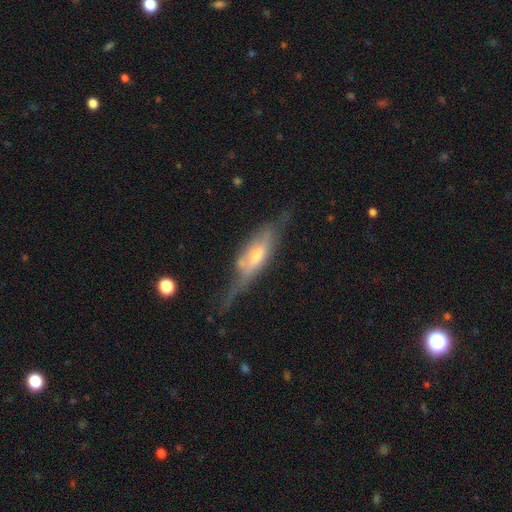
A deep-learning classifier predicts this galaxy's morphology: smooth_or_featured: featured or disk (p=0.70) [alt: smooth p=0.24]
disk_edge_on: yes (p=0.79) [alt: no p=0.21]
edge_on_bulge: rounded (p=0.75) [alt: boxy p=0.16]
merging: none (p=0.53) [alt: minor disturbance p=0.28]